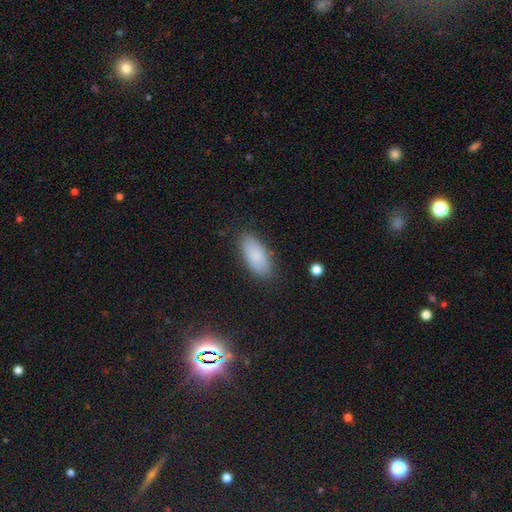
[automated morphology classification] The model was most divided on "merging": none: 84%, minor disturbance: 12%, major disturbance: 3%, merger: 1%. More confident: how rounded — in between (88%); smooth or featured — smooth (83%).